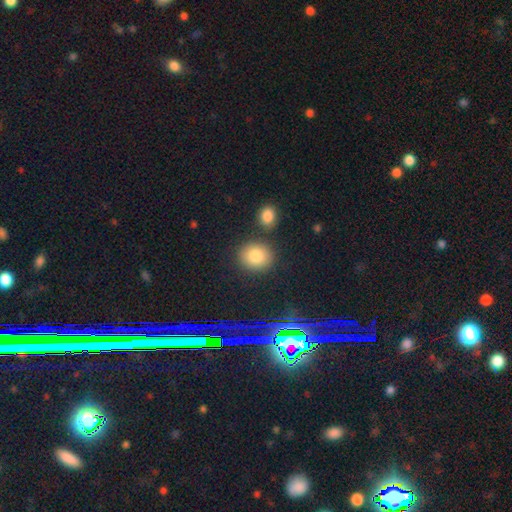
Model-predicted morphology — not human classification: The model was most divided on "how rounded": round: 75%, in between: 24%, cigar-shaped: 1%. More confident: smooth or featured — smooth (81%); merging — none (81%).